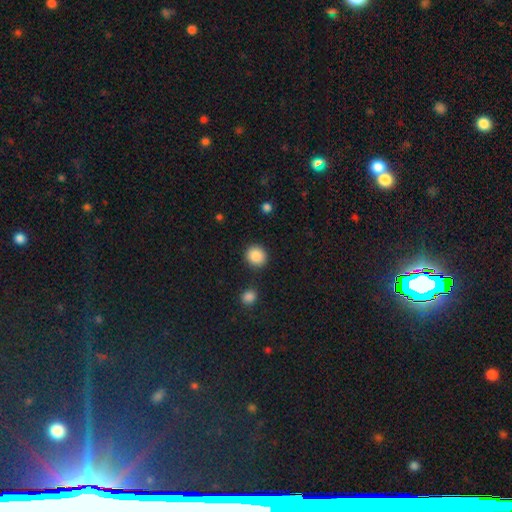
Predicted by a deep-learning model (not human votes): Q: Smooth or featured?
A: smooth (88%); runner-up: star or artifact (9%)
Q: How rounded?
A: round (86%); runner-up: in between (13%)
Q: Merging?
A: none (88%); runner-up: minor disturbance (7%)